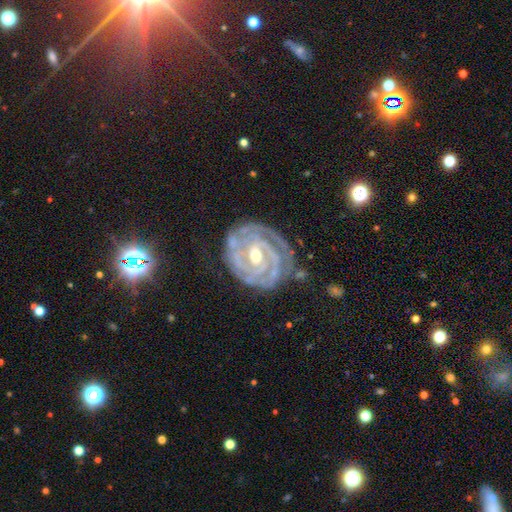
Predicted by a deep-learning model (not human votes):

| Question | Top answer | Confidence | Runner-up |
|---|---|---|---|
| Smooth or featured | featured or disk | 91% | star or artifact (5%) |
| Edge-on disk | no | 97% | yes (3%) |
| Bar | weak | 43% | no (31%) |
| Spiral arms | yes | 98% | no (2%) |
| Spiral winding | tight | 82% | medium (15%) |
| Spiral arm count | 2 | 31% | 3 (29%) |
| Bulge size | moderate | 54% | small (43%) |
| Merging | none | 72% | minor disturbance (19%) |